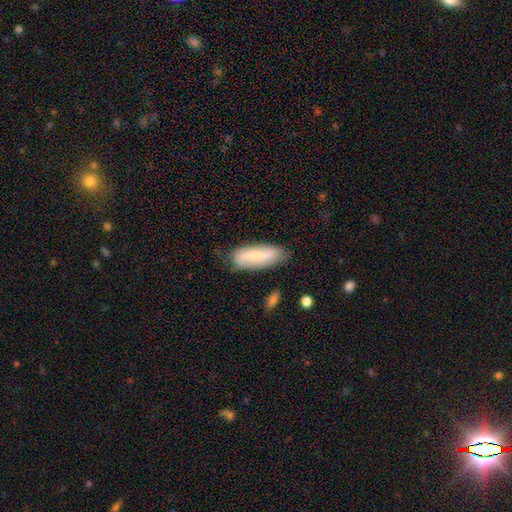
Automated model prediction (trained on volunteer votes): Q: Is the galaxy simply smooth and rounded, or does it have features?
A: smooth — 61%.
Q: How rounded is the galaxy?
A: in between — 58%.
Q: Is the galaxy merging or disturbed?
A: none — 76%.